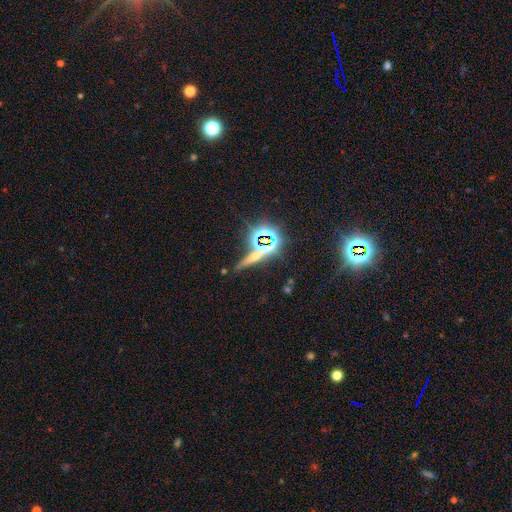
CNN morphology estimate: Smooth or featured? Predicted: star or artifact (p=0.48).